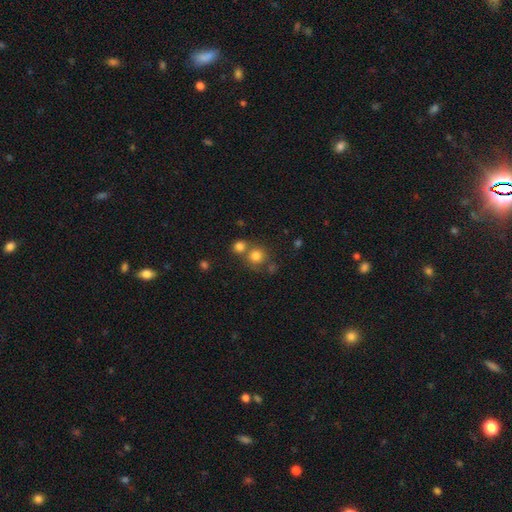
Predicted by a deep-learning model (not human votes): This is likely a smooth galaxy (79%). How rounded: clearly round (90%). Merging: possibly none (58%).